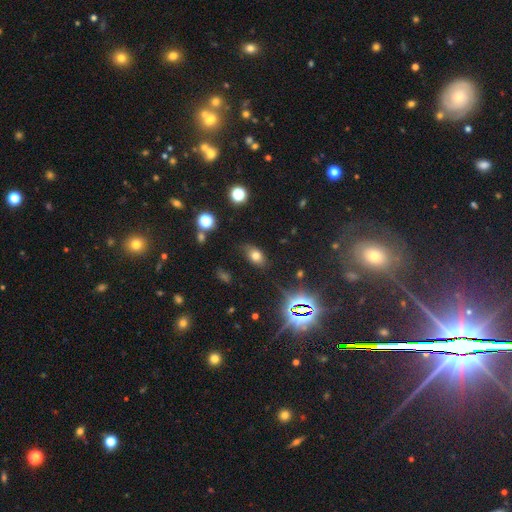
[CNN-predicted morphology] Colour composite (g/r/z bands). It shows a smooth galaxy with no disk features (70%) that is in between round and cigar-shaped (84%). Merging: none (75%).